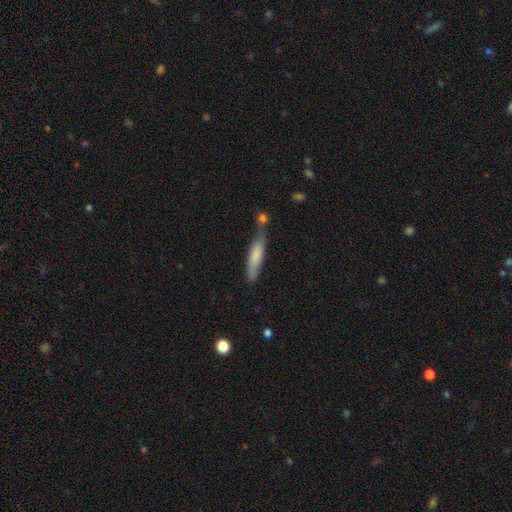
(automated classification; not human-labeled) Smooth or featured?
  - smooth: 71% *
  - featured or disk: 23%
  - star or artifact: 6%
How rounded?
  - cigar-shaped: 79% *
  - in between: 20%
  - round: 2%
Merging?
  - none: 49% *
  - minor disturbance: 23%
  - merger: 20%
  - major disturbance: 7%